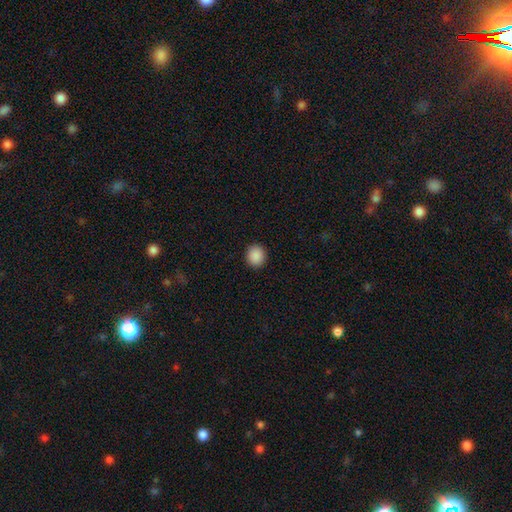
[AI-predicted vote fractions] This is clearly a smooth galaxy (89%). How rounded: clearly round (82%). Merging: clearly none (92%).